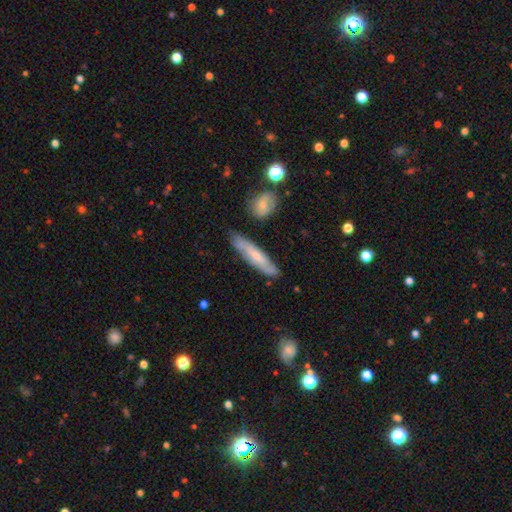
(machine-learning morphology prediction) A featured or disk galaxy (47%).

Vote fractions:
- Smooth or featured? featured or disk: 47% / smooth: 46% / star or artifact: 7%
- Merging? none: 76% / minor disturbance: 17% / major disturbance: 4% / merger: 4%